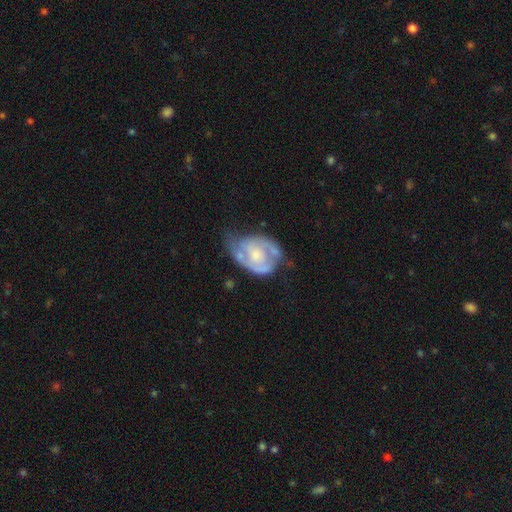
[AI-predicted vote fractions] smooth_or_featured: featured or disk (p=0.77) [alt: smooth p=0.17]
disk_edge_on: no (p=0.97) [alt: yes p=0.03]
bar: no (p=0.69) [alt: weak p=0.25]
has_spiral_arms: yes (p=0.81) [alt: no p=0.19]
spiral_winding: tight (p=0.44) [alt: medium p=0.40]
spiral_arm_count: 2 (p=0.65) [alt: can't tell p=0.19]
bulge_size: moderate (p=0.47) [alt: small p=0.34]
merging: none (p=0.42) [alt: minor disturbance p=0.33]